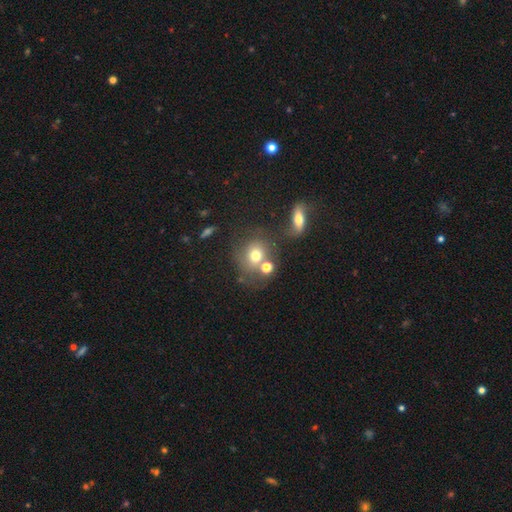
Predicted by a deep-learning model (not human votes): smooth-or-featured: smooth: 67% | featured or disk: 19% | star or artifact: 14%
  how-rounded: round: 77% | in between: 21% | cigar-shaped: 1%
  merging: none: 50% | merger: 28% | minor disturbance: 14% | major disturbance: 8%